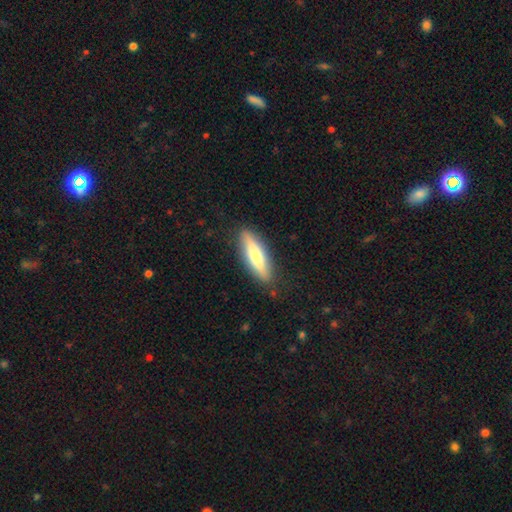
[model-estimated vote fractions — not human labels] smooth_or_featured: smooth (p=0.56) [alt: featured or disk p=0.38]
how_rounded: cigar-shaped (p=0.67) [alt: in between p=0.31]
merging: none (p=0.86) [alt: minor disturbance p=0.10]